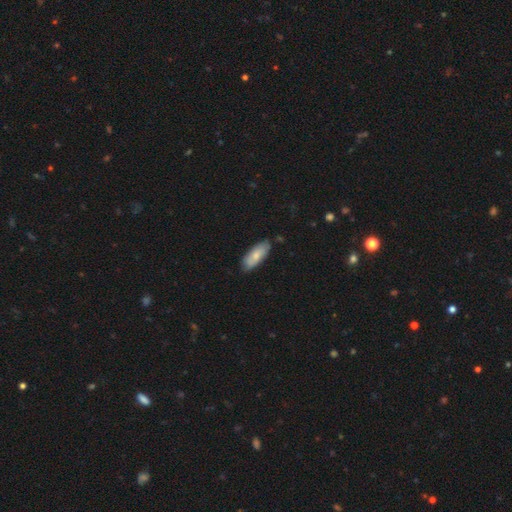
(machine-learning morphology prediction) smooth 75%, featured or disk 20%, star or artifact 5%. Down the decision tree: how rounded — in between (75%); merging — none (78%).